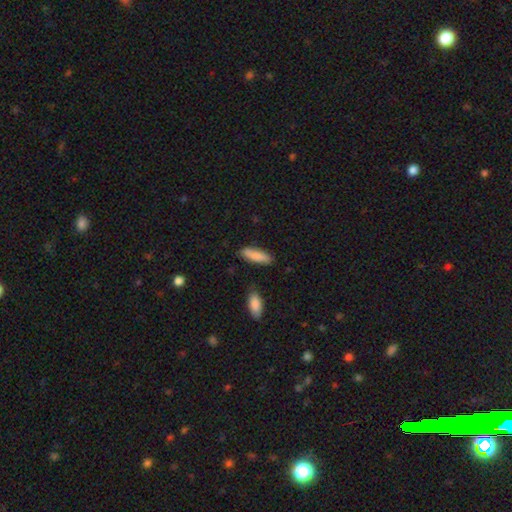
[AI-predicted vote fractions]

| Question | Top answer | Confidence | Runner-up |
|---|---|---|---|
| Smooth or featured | smooth | 86% | featured or disk (8%) |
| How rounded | cigar-shaped | 58% | in between (41%) |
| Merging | none | 82% | minor disturbance (12%) |